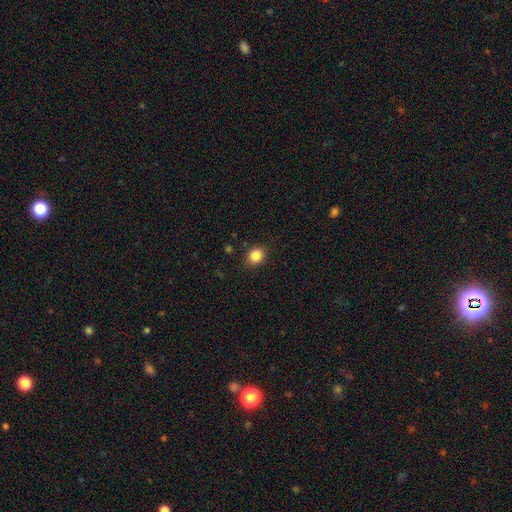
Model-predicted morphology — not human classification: smooth 85%, star or artifact 10%, featured or disk 4%. Down the decision tree: how rounded — round (72%); merging — none (88%).